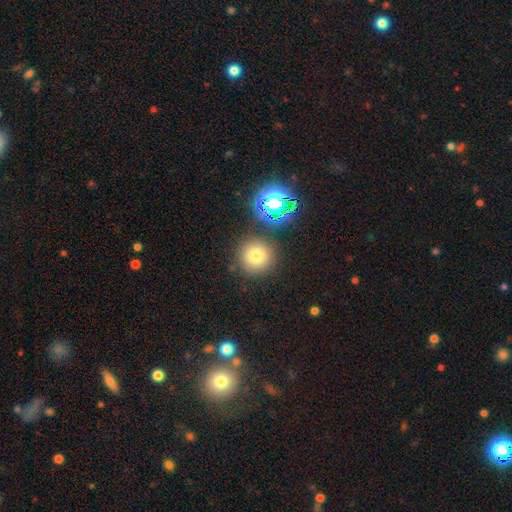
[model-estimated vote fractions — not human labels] Morphology: type=smooth (74%); roundness=round (95%); merging=none (84%).